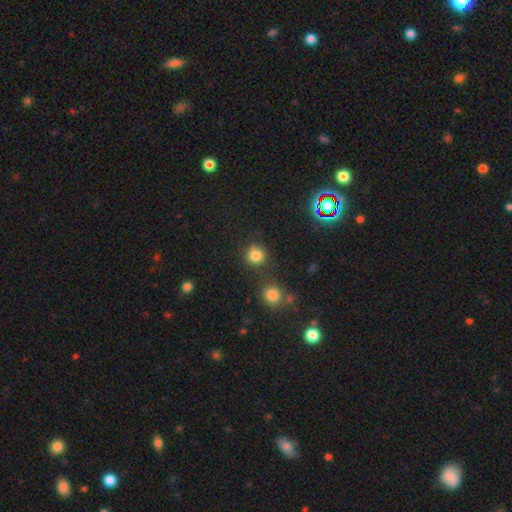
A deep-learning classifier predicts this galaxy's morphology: Smooth or featured? Predicted: smooth (p=0.79). How rounded? Predicted: round (p=0.86). Merging? Predicted: none (p=0.71).